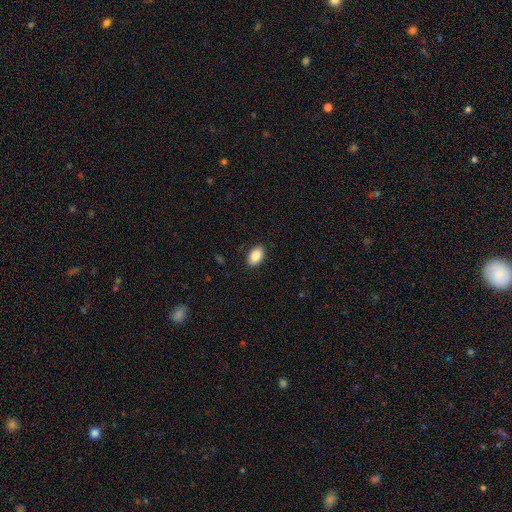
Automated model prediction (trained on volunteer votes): This is clearly a smooth galaxy (89%). How rounded: clearly in between (91%). Merging: clearly none (89%).